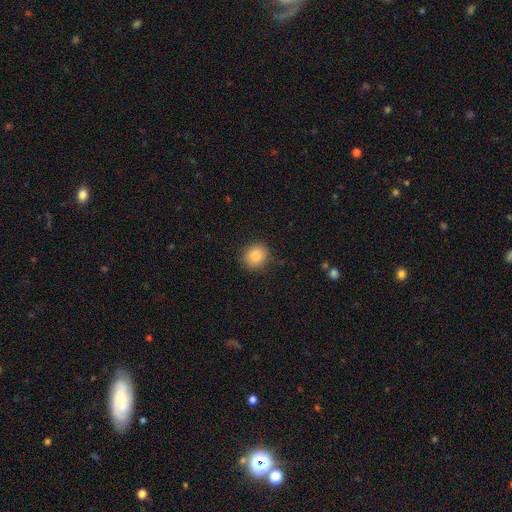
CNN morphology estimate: smooth 87%, star or artifact 9%, featured or disk 5%. Down the decision tree: how rounded — round (83%); merging — none (86%).